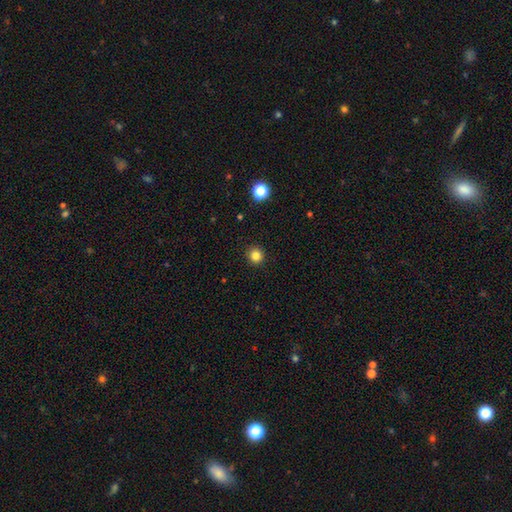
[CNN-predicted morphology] type=smooth (83%); roundness=round (94%); merging=none (93%).